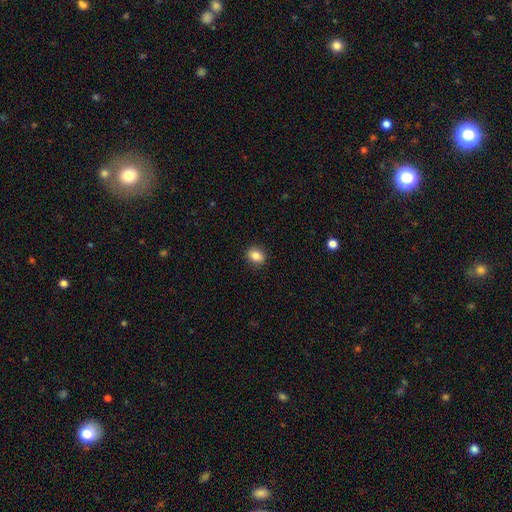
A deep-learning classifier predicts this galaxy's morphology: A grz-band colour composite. It shows a smooth galaxy with no disk features (85%) that is in between round and cigar-shaped (56%). Merging: none (90%).